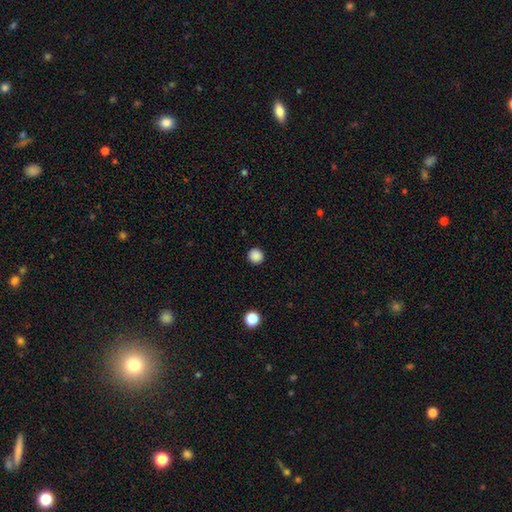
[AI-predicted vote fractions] smooth_or_featured: smooth (p=0.88) [alt: star or artifact p=0.10]
how_rounded: round (p=0.95) [alt: in between p=0.04]
merging: none (p=0.93) [alt: minor disturbance p=0.04]